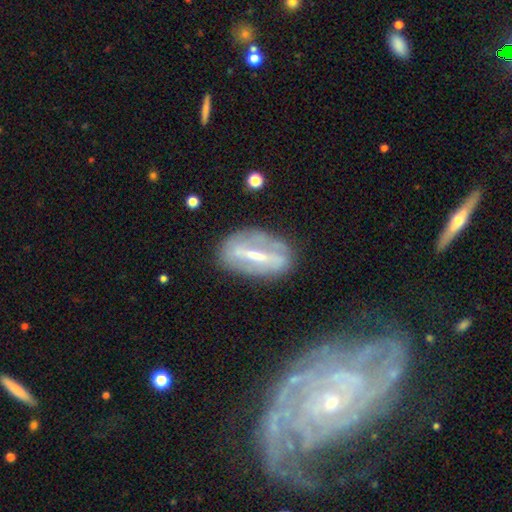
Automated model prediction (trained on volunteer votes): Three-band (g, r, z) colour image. It shows a featured or disk galaxy (69%) with a strong bar (70%), spiral arms (51%) and a moderate central bulge (42%, tied with small). Merging: none (68%).